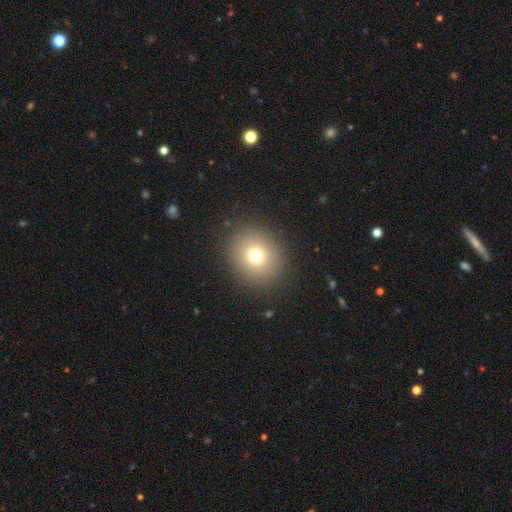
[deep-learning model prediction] A smooth galaxy with no disk features (74%) that is round (78%).

Vote fractions:
- Smooth or featured? smooth: 74% / star or artifact: 15% / featured or disk: 11%
- How rounded? round: 78% / in between: 21% / cigar-shaped: 1%
- Merging? none: 89% / minor disturbance: 7% / major disturbance: 3% / merger: 1%